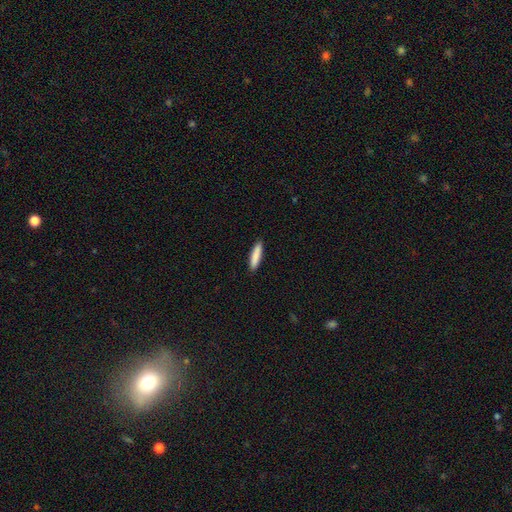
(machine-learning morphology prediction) Smooth or featured?
  - smooth: 87% *
  - featured or disk: 8%
  - star or artifact: 6%
How rounded?
  - cigar-shaped: 84% *
  - in between: 15%
  - round: 1%
Merging?
  - none: 91% *
  - minor disturbance: 6%
  - major disturbance: 1%
  - merger: 1%